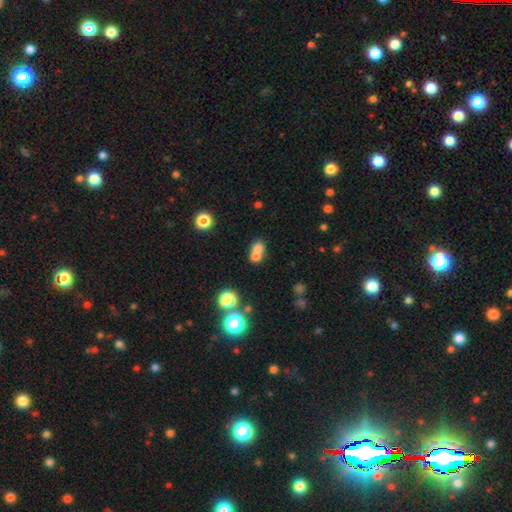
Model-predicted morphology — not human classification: Smooth or featured: smooth — 68% (star or artifact — 16%)
How rounded: round — 63% (in between — 36%)
Merging: merger — 61% (none — 30%)